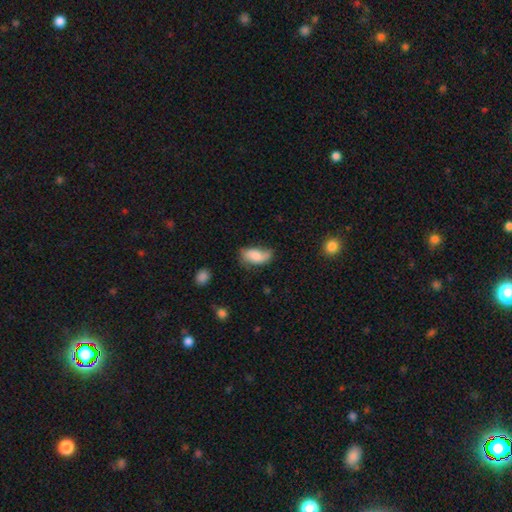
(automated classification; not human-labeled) Smooth or featured: smooth — 70% (featured or disk — 22%)
How rounded: in between — 92% (cigar-shaped — 4%)
Merging: none — 50% (minor disturbance — 35%)